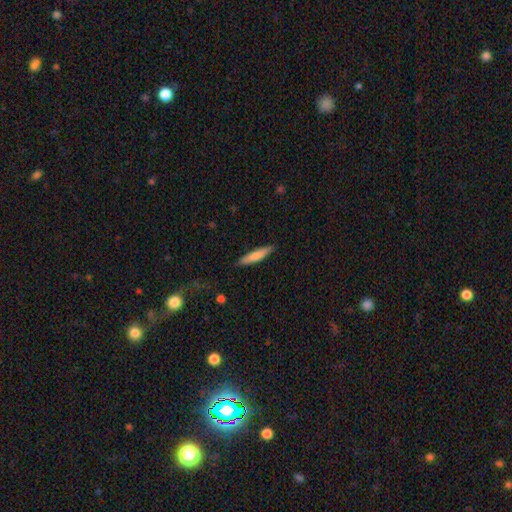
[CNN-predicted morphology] Smooth or featured?
  - smooth: 74% *
  - featured or disk: 21%
  - star or artifact: 5%
How rounded?
  - cigar-shaped: 85% *
  - in between: 13%
  - round: 1%
Merging?
  - none: 86% *
  - minor disturbance: 10%
  - major disturbance: 2%
  - merger: 1%